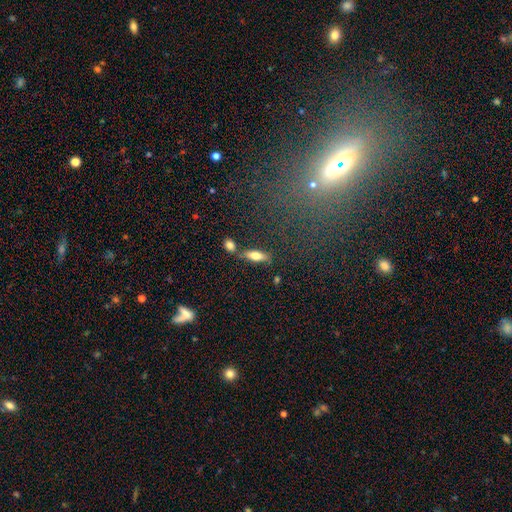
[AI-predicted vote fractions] smooth-or-featured: smooth: 70% | featured or disk: 23% | star or artifact: 7%
  how-rounded: in between: 65% | cigar-shaped: 32% | round: 3%
  merging: none: 67% | merger: 17% | minor disturbance: 12% | major disturbance: 4%